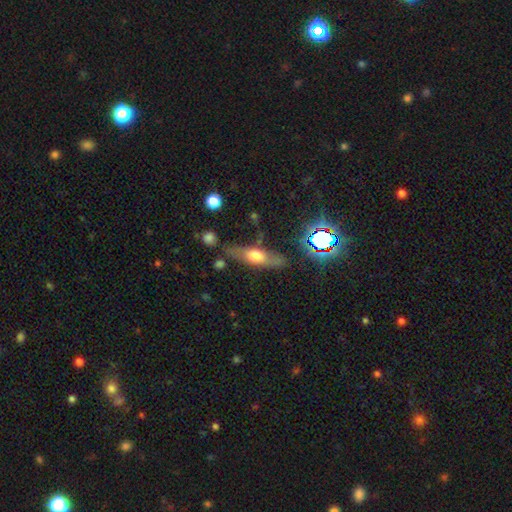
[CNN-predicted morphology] smooth_or_featured: featured or disk (p=0.46) [alt: smooth p=0.44]
merging: none (p=0.71) [alt: minor disturbance p=0.18]